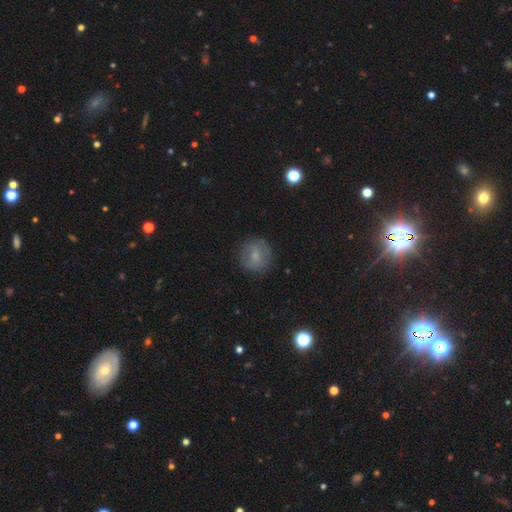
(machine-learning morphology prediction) The model was most divided on "smooth or featured": smooth: 70%, featured or disk: 19%, star or artifact: 11%. More confident: how rounded — round (87%); merging — none (84%).